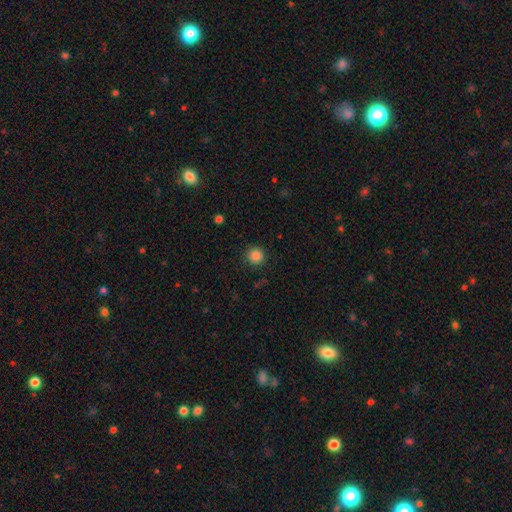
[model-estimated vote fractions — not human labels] A smooth galaxy with no disk features (85%) that is round (95%). Merging: none (90%).